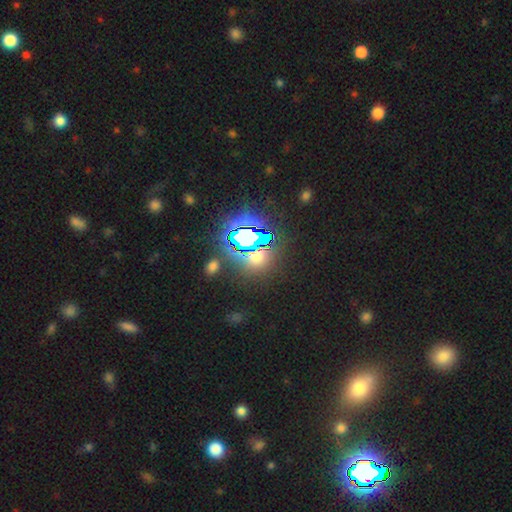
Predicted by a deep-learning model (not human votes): star or artifact 69%, smooth 22%, featured or disk 9%.